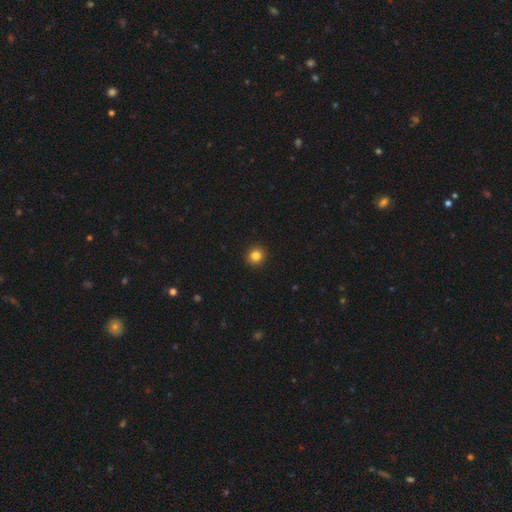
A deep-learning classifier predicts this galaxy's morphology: Smooth or featured? smooth (84%)
How rounded? round (93%)
Merging? none (94%)